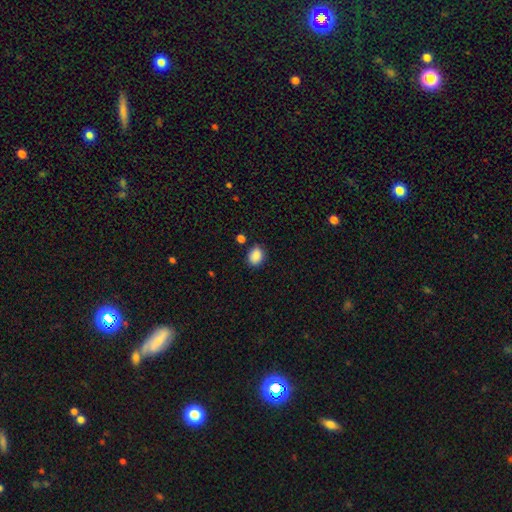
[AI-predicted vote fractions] smooth 88%, star or artifact 9%, featured or disk 3%. Down the decision tree: how rounded — in between (53%); merging — none (78%).